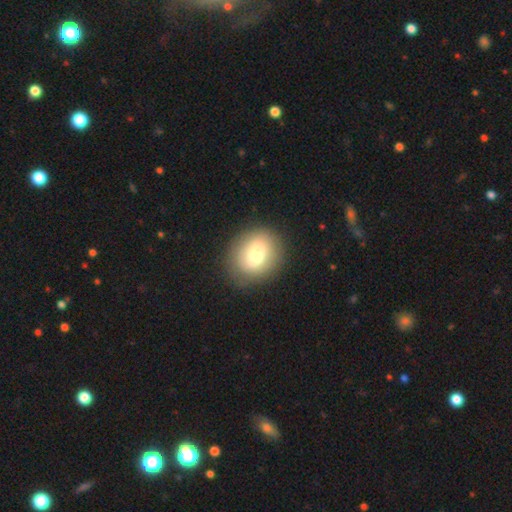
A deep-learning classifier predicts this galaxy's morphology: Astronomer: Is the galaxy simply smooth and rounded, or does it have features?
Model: smooth — 70%.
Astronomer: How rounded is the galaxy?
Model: round — 61% (runner-up: in between, 38%).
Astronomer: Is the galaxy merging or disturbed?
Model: none — 82%.